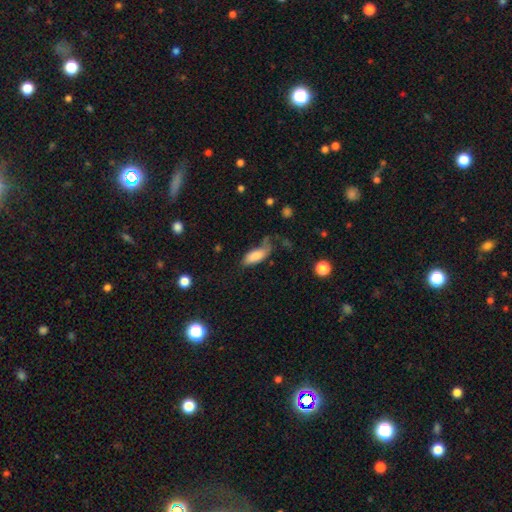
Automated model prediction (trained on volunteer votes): Smooth or featured? smooth (79%)
How rounded? in between (83%)
Merging? none (39%)